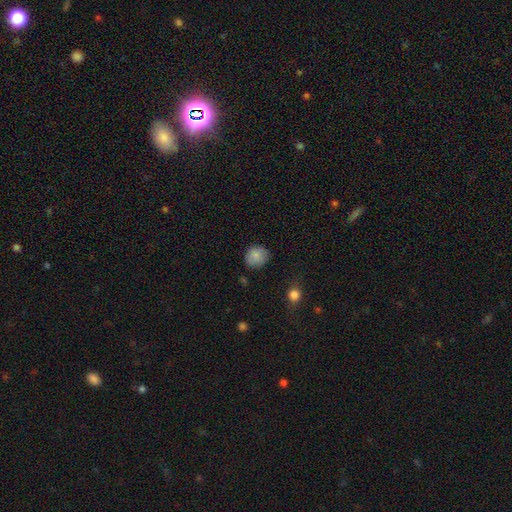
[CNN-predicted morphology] This appears to be a smooth galaxy with no disk features (86%) that is round (78%). Merging: none (81%).